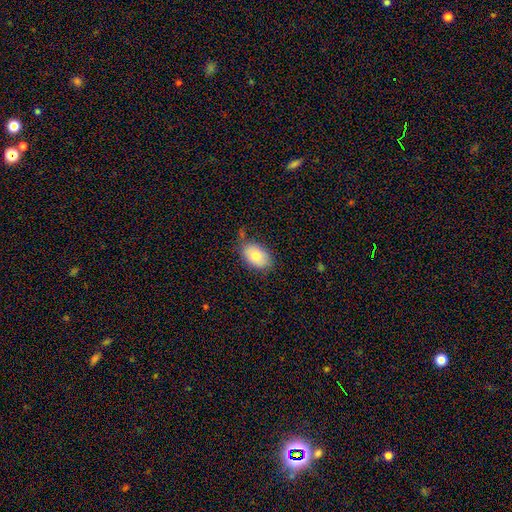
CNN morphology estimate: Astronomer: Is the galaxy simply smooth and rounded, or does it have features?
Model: smooth — 78%.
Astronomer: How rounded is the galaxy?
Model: in between — 86%.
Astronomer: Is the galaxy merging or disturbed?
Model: none — 74%.